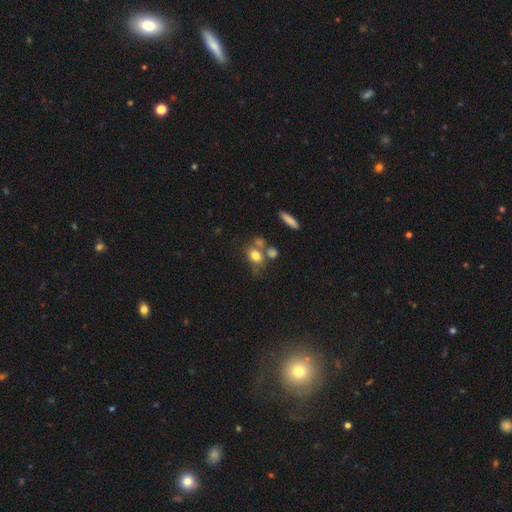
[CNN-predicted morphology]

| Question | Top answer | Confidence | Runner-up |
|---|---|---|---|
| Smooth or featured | smooth | 75% | featured or disk (14%) |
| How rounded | in between | 59% | round (38%) |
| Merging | none | 44% | merger (32%) |